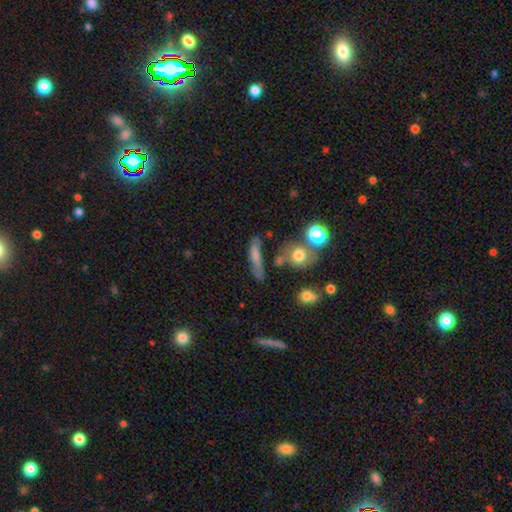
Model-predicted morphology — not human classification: This appears to be a smooth galaxy with no disk features (65%) that is cigar-shaped (69%). Merging: none (60%).